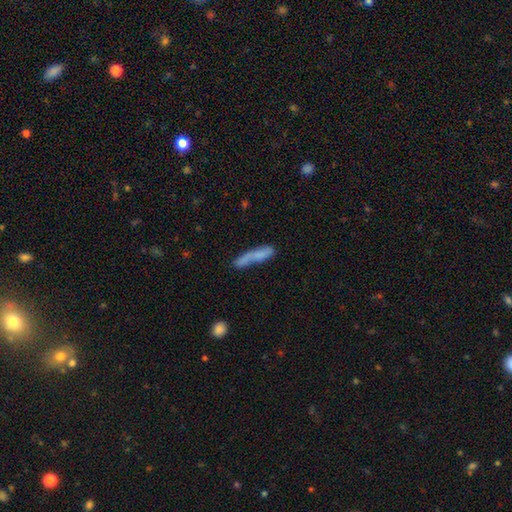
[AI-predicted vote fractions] A smooth galaxy with no disk features (66%) that is cigar-shaped (84%).

Vote fractions:
- Smooth or featured? smooth: 66% / featured or disk: 26% / star or artifact: 8%
- How rounded? cigar-shaped: 84% / in between: 13% / round: 2%
- Merging? none: 53% / minor disturbance: 25% / major disturbance: 12% / merger: 10%